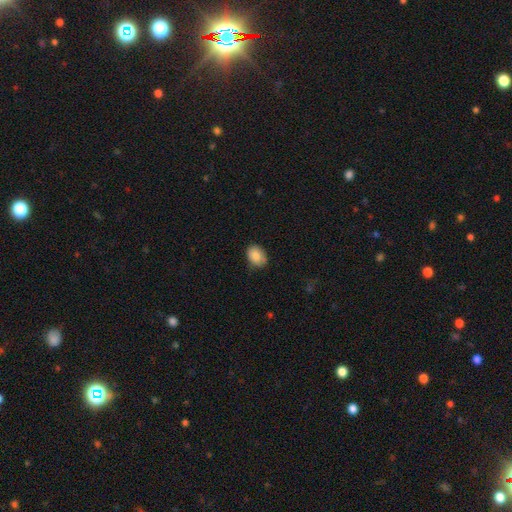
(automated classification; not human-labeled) A smooth galaxy with no disk features (86%) that is in between round and cigar-shaped (75%).

Vote fractions:
- Smooth or featured? smooth: 86% / star or artifact: 7% / featured or disk: 7%
- How rounded? in between: 75% / round: 24% / cigar-shaped: 1%
- Merging? none: 81% / minor disturbance: 16% / major disturbance: 3% / merger: 1%